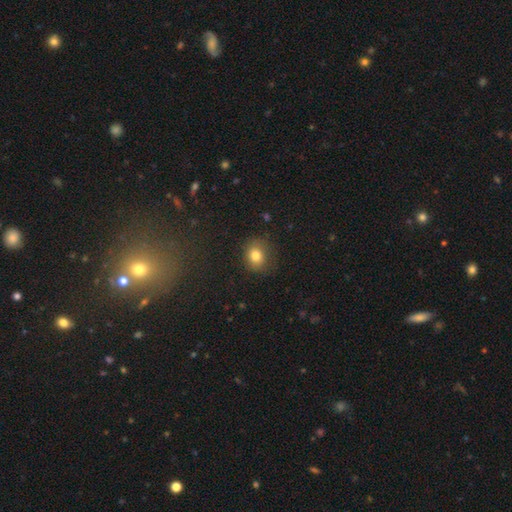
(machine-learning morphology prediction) smooth-or-featured: smooth: 80% | star or artifact: 12% | featured or disk: 9%
  how-rounded: round: 67% | in between: 32% | cigar-shaped: 1%
  merging: none: 79% | minor disturbance: 14% | major disturbance: 5% | merger: 1%